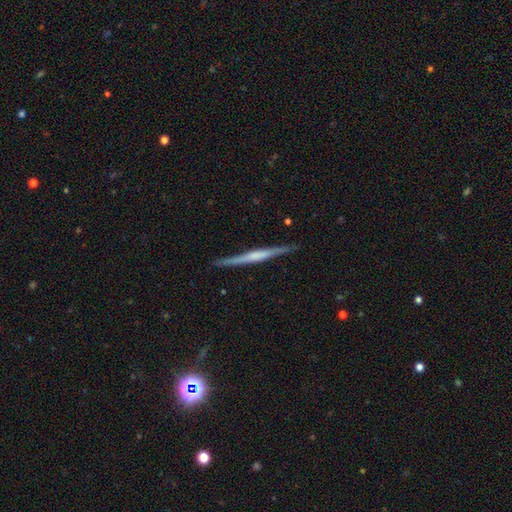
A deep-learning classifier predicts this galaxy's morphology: Smooth or featured? Predicted: featured or disk (p=0.70). Edge-on disk? Predicted: yes (p=0.98). Edge-on bulge? Predicted: none (p=0.40). Merging? Predicted: none (p=0.89).